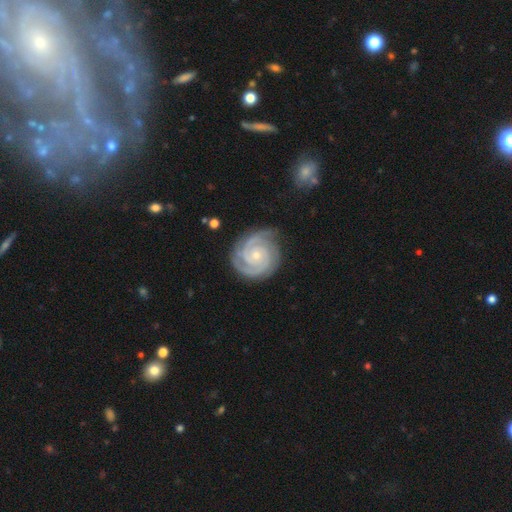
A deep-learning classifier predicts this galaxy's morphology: featured or disk 93%, star or artifact 4%, smooth 3%. Down the decision tree: edge-on disk — no (98%); bar — no (76%); spiral arms — yes (99%); spiral arm count — 2 (53%); spiral winding — tight (82%); bulge size — small (74%); merging — none (80%).